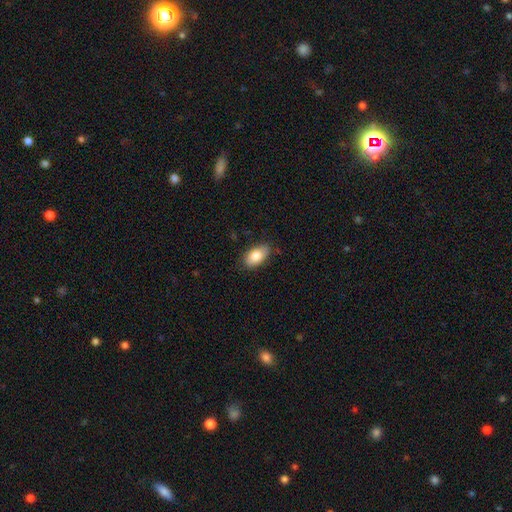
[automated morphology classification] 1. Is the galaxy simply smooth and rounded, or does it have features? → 83% smooth, 10% featured or disk, 7% star or artifact.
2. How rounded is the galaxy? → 93% in between, 5% round, 2% cigar-shaped.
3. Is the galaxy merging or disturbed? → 81% none, 15% minor disturbance, 3% major disturbance, 1% merger.